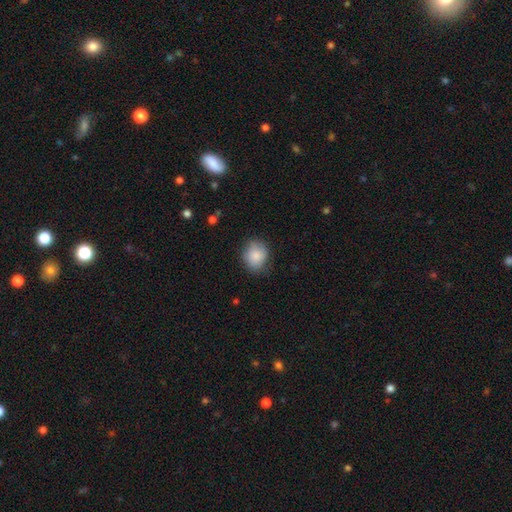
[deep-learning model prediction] The model was most divided on "how rounded": round: 67%, in between: 32%, cigar-shaped: 1%. More confident: smooth or featured — smooth (86%); merging — none (76%).